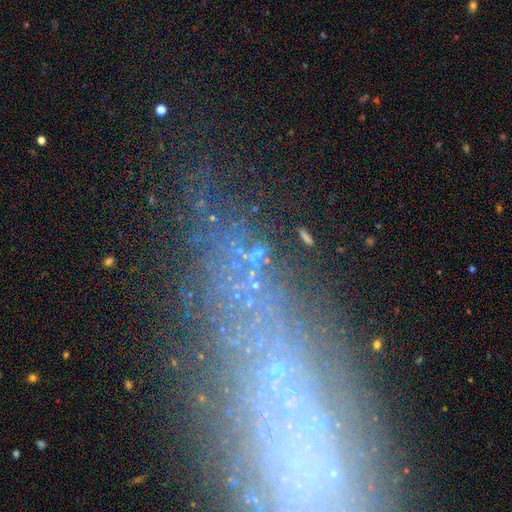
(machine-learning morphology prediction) A star or artifact, not a galaxy (45%).

Vote fractions:
- Smooth or featured? star or artifact: 45% / featured or disk: 33% / smooth: 22%